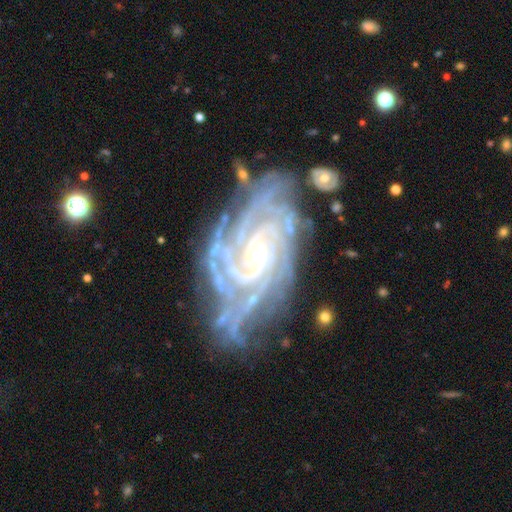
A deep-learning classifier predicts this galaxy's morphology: smooth-or-featured: featured or disk: 92% | star or artifact: 5% | smooth: 3%
  disk-edge-on: no: 97% | yes: 3%
    bar: no: 66% | weak: 23% | strong: 11%
    has-spiral-arms: yes: 99% | no: 1%
      spiral-winding: tight: 79% | medium: 18% | loose: 2%
      spiral-arm-count: 4: 30% | 3: 19% | more than 4: 17% | can't tell: 15% | 2: 12% | 1: 7%
    bulge-size: small: 72% | moderate: 24% | large: 1% | none: 1% | dominant: 1%
  merging: none: 68% | minor disturbance: 21% | major disturbance: 8% | merger: 3%